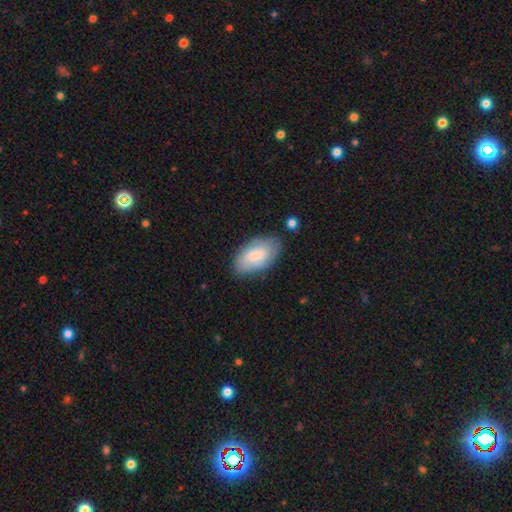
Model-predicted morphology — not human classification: Smooth or featured? Predicted: smooth (p=0.73). How rounded? Predicted: in between (p=0.95). Merging? Predicted: none (p=0.76).